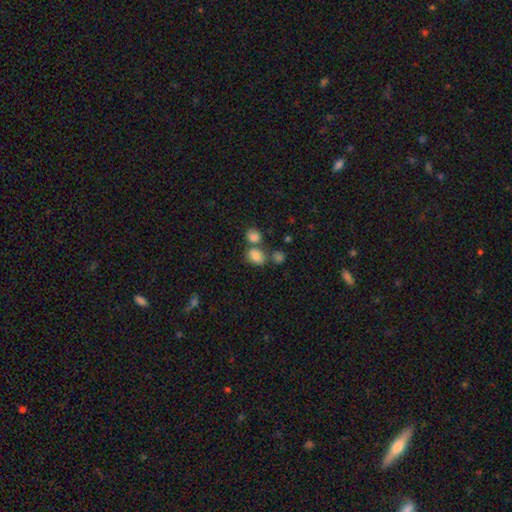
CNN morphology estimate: smooth_or_featured: smooth (p=0.80) [alt: star or artifact p=0.11]
how_rounded: in between (p=0.63) [alt: round p=0.36]
merging: none (p=0.55) [alt: merger p=0.28]